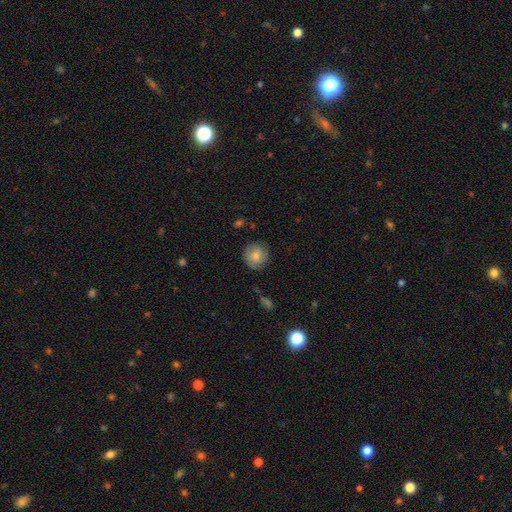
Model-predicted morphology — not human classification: Smooth or featured? smooth (74%)
How rounded? round (88%)
Merging? none (81%)